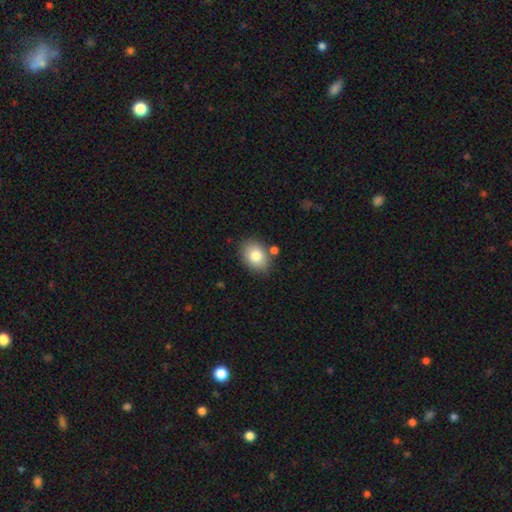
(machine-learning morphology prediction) Q: Smooth or featured?
A: smooth (82%); runner-up: featured or disk (10%)
Q: How rounded?
A: in between (70%); runner-up: round (29%)
Q: Merging?
A: none (78%); runner-up: minor disturbance (12%)